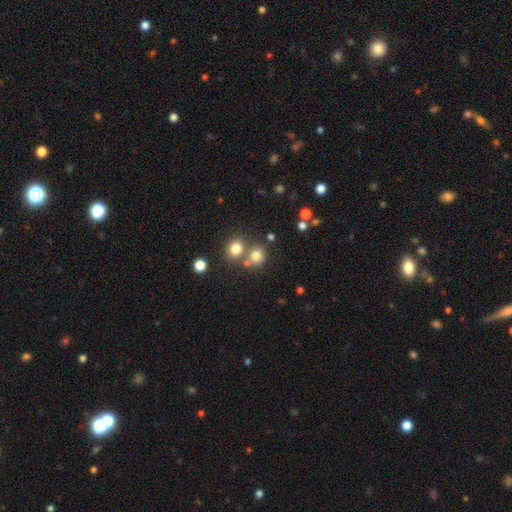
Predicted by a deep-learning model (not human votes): This is likely a smooth galaxy (77%). How rounded: clearly round (81%). Merging: possibly none (56%).